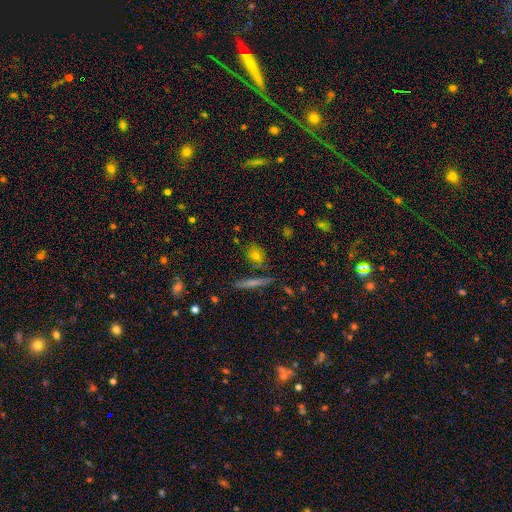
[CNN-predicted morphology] type=smooth (71%); roundness=in between (46%); merging=none (76%).